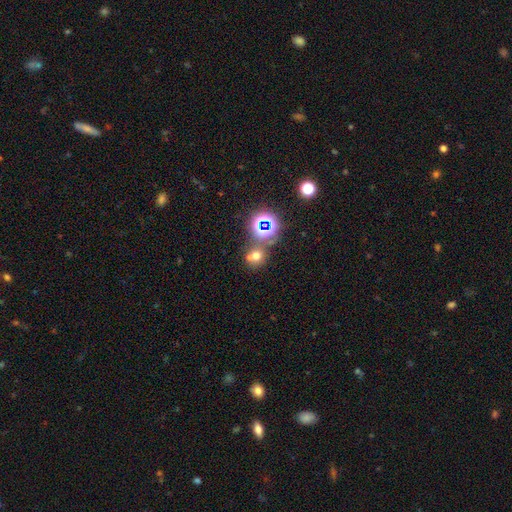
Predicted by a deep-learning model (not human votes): Smooth or featured?
  - smooth: 56% *
  - star or artifact: 32%
  - featured or disk: 12%
How rounded?
  - round: 81% *
  - in between: 17%
  - cigar-shaped: 1%
Merging?
  - none: 55% *
  - merger: 32%
  - minor disturbance: 9%
  - major disturbance: 4%